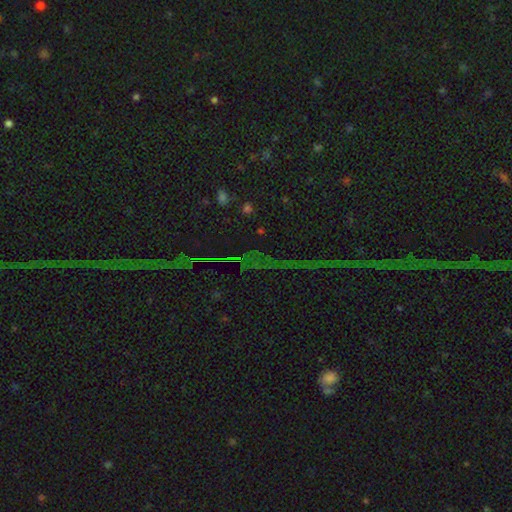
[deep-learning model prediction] Smooth or featured? Predicted: star or artifact (p=0.78).